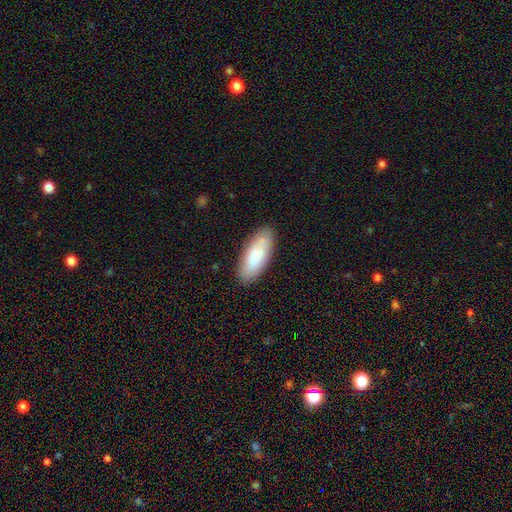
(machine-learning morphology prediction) Smooth or featured: smooth — 80% (featured or disk — 14%)
How rounded: in between — 75% (cigar-shaped — 23%)
Merging: none — 86% (minor disturbance — 10%)